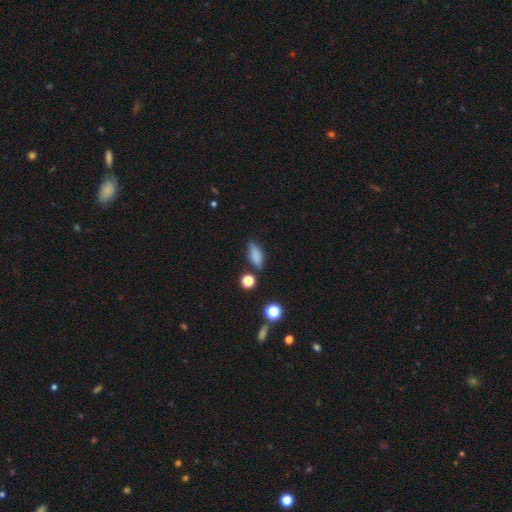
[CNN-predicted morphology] Smooth or featured? Predicted: smooth (p=0.81). How rounded? Predicted: in between (p=0.74). Merging? Predicted: none (p=0.76).